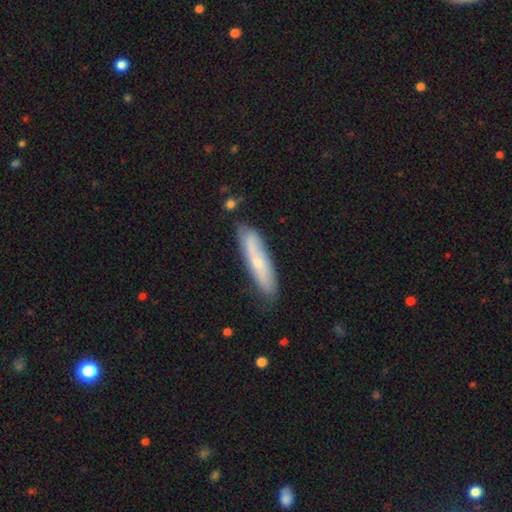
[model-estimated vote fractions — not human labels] smooth 49%, featured or disk 42%, star or artifact 8%. Down the decision tree: merging — none (79%).